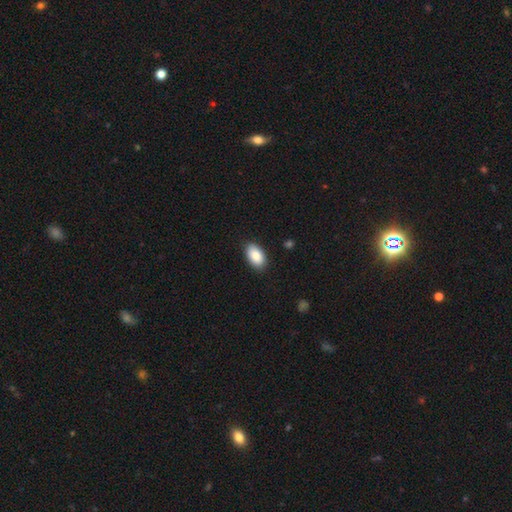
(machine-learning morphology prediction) smooth 87%, featured or disk 7%, star or artifact 7%. Down the decision tree: how rounded — in between (94%); merging — none (87%).